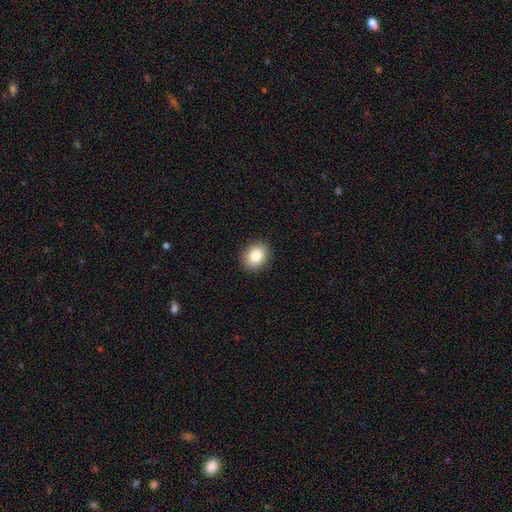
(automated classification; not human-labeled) This is clearly a smooth galaxy (84%). How rounded: possibly in between (56%). Merging: clearly none (90%).